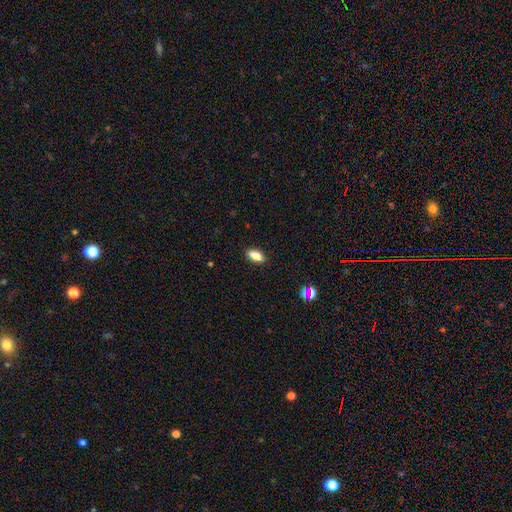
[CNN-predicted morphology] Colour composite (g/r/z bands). It shows a smooth galaxy with no disk features (83%) that is in between round and cigar-shaped (86%). Merging: none (88%).